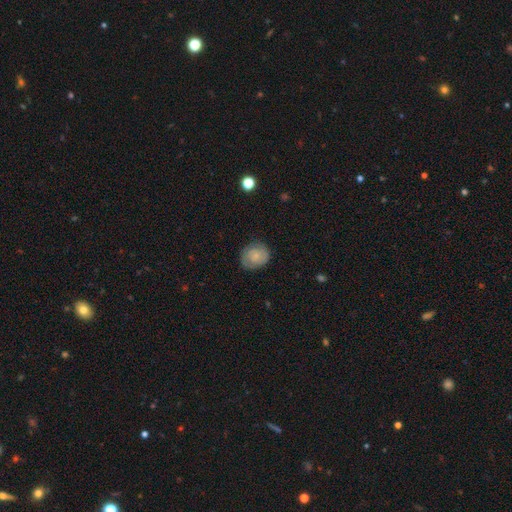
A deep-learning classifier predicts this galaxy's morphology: A smooth galaxy with no disk features (60%) that is round (67%). Merging: none (74%).